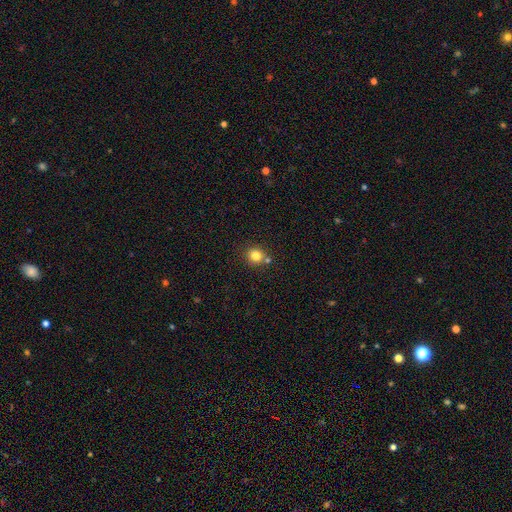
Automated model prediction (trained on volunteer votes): Morphology: type=smooth (81%); roundness=round (88%); merging=none (73%).